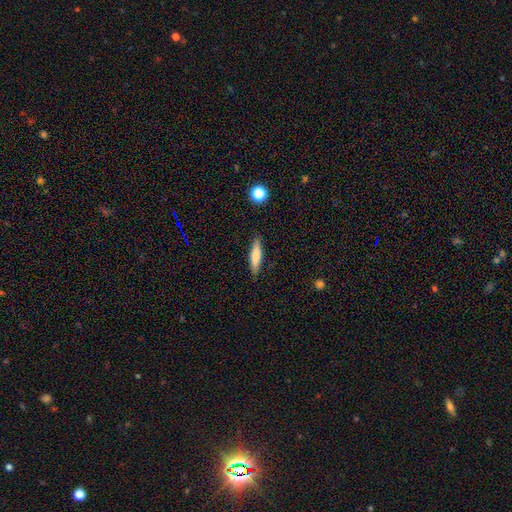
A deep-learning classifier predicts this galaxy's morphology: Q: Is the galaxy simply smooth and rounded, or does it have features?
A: smooth — 74%.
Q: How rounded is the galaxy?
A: cigar-shaped — 80%.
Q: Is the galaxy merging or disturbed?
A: none — 88%.